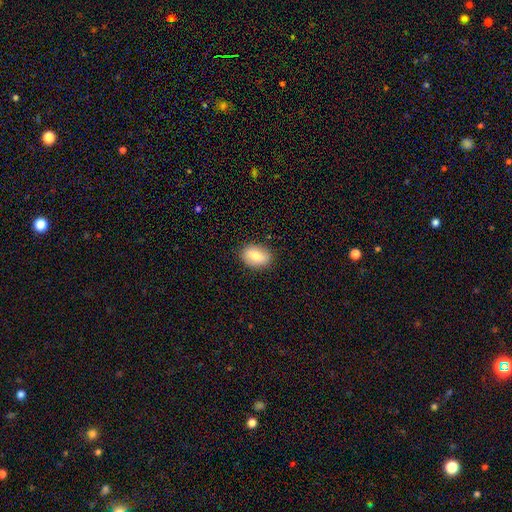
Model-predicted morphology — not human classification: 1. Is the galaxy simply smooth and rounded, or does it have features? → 79% smooth, 14% featured or disk, 7% star or artifact.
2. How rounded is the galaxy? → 81% in between, 18% round, 2% cigar-shaped.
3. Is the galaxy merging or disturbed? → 87% none, 10% minor disturbance, 2% major disturbance, 1% merger.